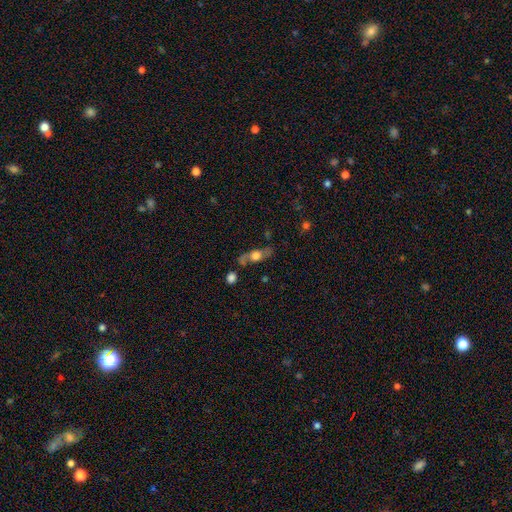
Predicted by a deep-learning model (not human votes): smooth-or-featured: featured or disk: 57% | smooth: 36% | star or artifact: 7%
  disk-edge-on: yes: 54% | no: 46%
  merging: none: 71% | minor disturbance: 17% | major disturbance: 7% | merger: 5%